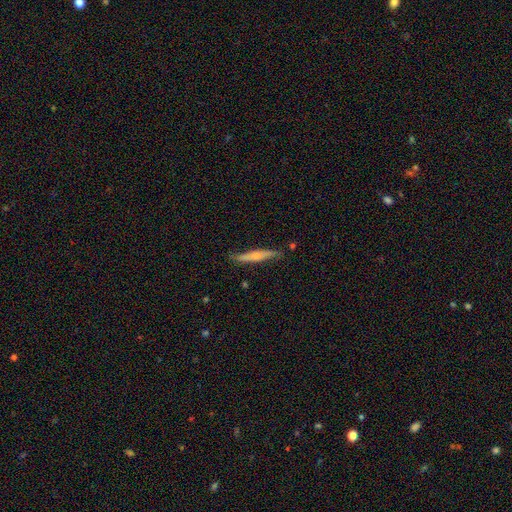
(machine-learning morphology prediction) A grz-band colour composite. It shows a featured or disk galaxy (66%) viewed edge-on (91%) with a rounded central bulge (79%). Merging: none (80%).